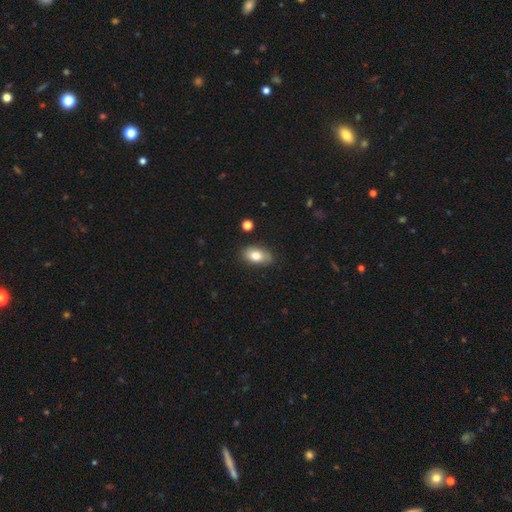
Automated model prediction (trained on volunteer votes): smooth-or-featured: smooth: 80% | featured or disk: 13% | star or artifact: 7%
  how-rounded: in between: 91% | round: 6% | cigar-shaped: 2%
  merging: none: 80% | minor disturbance: 15% | major disturbance: 3% | merger: 2%